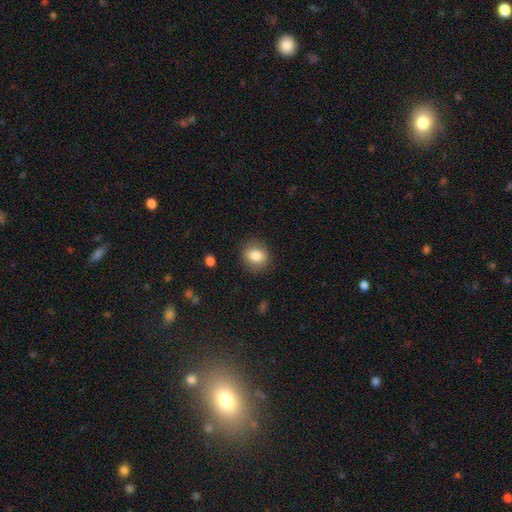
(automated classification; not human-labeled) Smooth or featured? smooth (83%)
How rounded? round (63%)
Merging? none (86%)